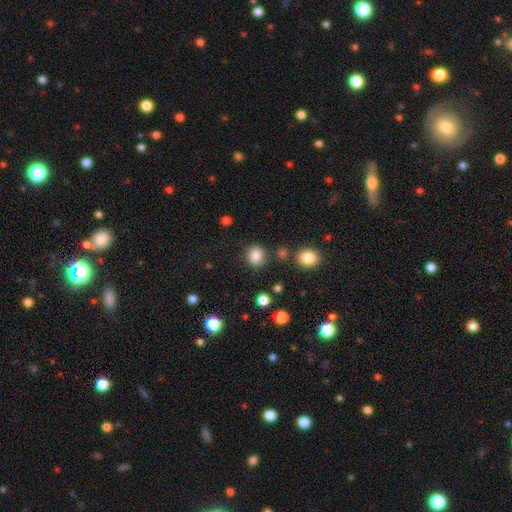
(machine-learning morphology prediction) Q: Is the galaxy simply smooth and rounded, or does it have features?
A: smooth — 84%.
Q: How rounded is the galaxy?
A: round — 82%.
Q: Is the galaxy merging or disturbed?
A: none — 83%.